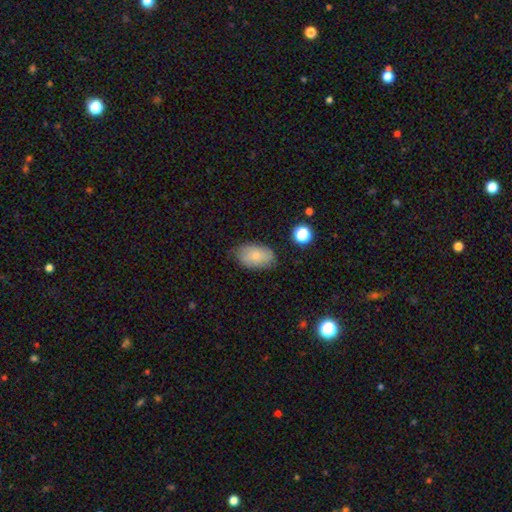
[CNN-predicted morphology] smooth_or_featured: smooth (p=0.75) [alt: featured or disk p=0.17]
how_rounded: in between (p=0.91) [alt: round p=0.07]
merging: none (p=0.74) [alt: minor disturbance p=0.20]